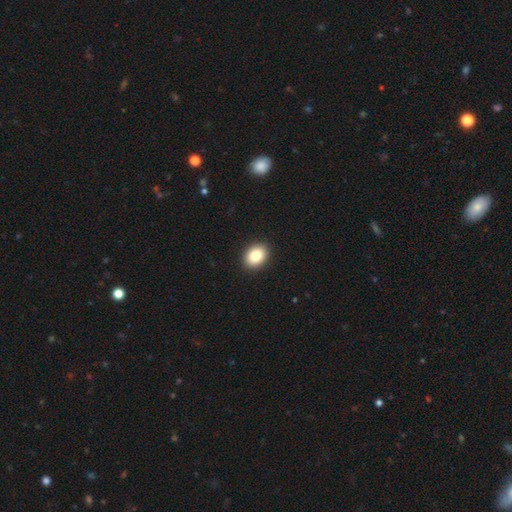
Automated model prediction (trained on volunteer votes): A smooth galaxy with no disk features (86%) that is in between round and cigar-shaped (63%).

Vote fractions:
- Smooth or featured? smooth: 86% / star or artifact: 8% / featured or disk: 6%
- How rounded? in between: 63% / round: 36% / cigar-shaped: 1%
- Merging? none: 92% / minor disturbance: 6% / major disturbance: 2% / merger: 1%